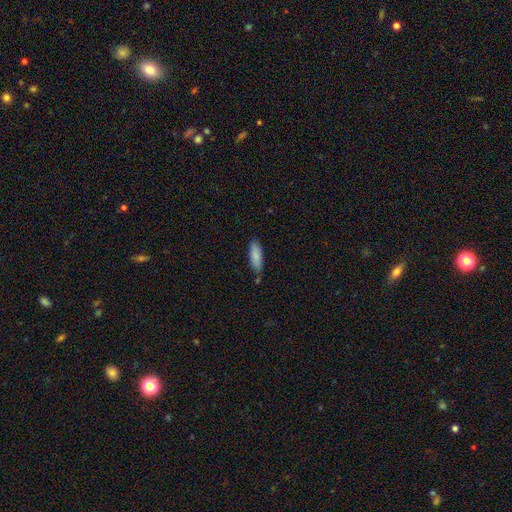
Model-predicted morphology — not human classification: The model was most divided on "how rounded": in between: 56%, cigar-shaped: 43%, round: 2%. More confident: smooth or featured — smooth (85%); merging — none (74%).